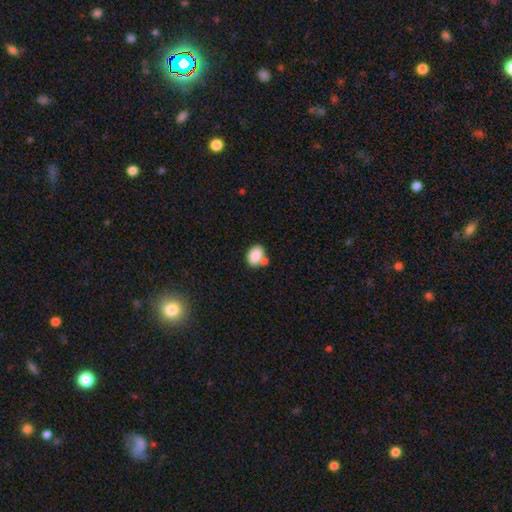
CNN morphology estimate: Overall: smooth (85%). How rounded: in between (74%). Merging: none (47%; merger 33%).